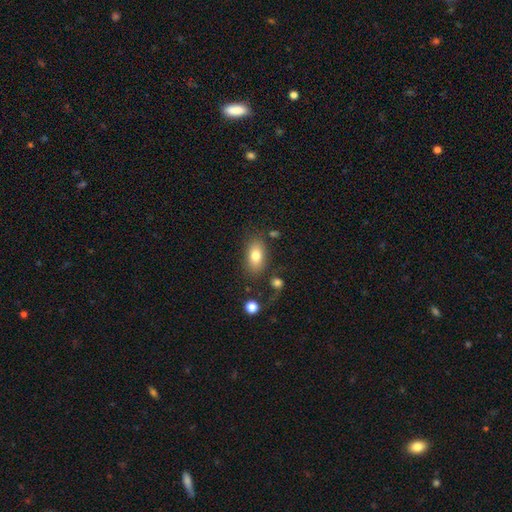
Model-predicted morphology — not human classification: type=smooth (79%); roundness=in between (89%); merging=none (76%).